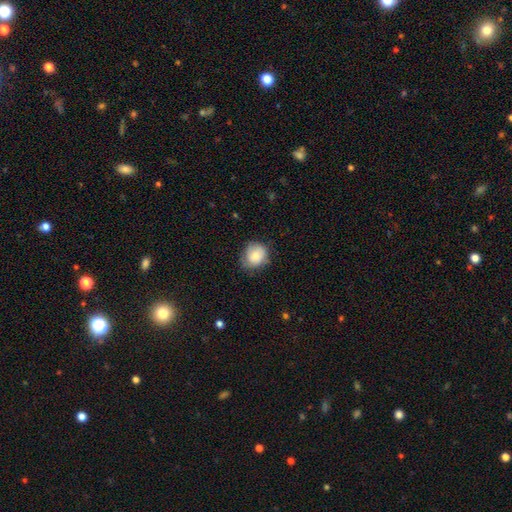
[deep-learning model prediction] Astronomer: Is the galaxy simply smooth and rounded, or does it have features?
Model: smooth — 77%.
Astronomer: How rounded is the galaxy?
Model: round — 75%.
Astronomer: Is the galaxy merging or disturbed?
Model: none — 64%.